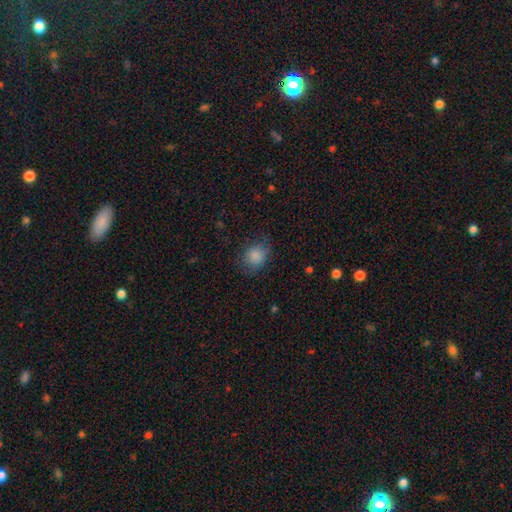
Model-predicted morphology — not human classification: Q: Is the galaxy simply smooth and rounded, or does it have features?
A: smooth — 84%.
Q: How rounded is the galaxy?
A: round — 59%.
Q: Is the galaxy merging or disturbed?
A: none — 68%.